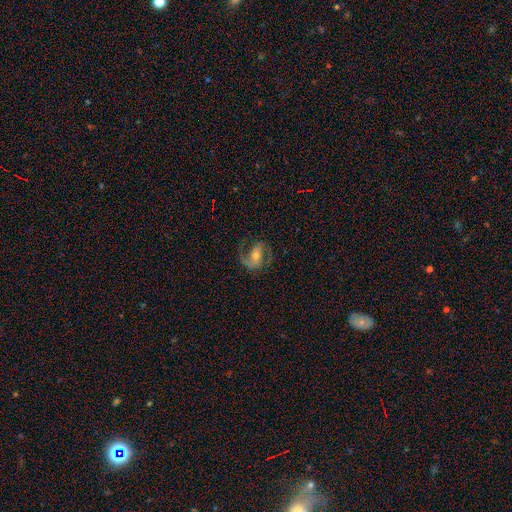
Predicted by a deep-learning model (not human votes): featured or disk 82%, smooth 11%, star or artifact 6%. Down the decision tree: edge-on disk — no (97%); bar — weak (38%); spiral arms — yes (94%); spiral arm count — 2 (83%); spiral winding — medium (52%); bulge size — moderate (59%); merging — none (71%).